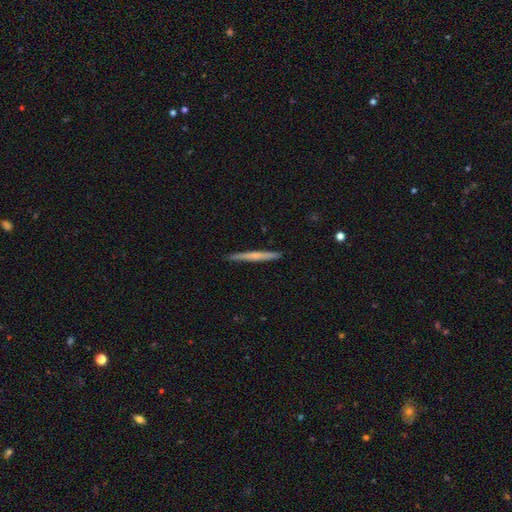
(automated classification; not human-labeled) Smooth or featured: featured or disk — 50% (smooth — 45%)
Merging: none — 91% (minor disturbance — 7%)